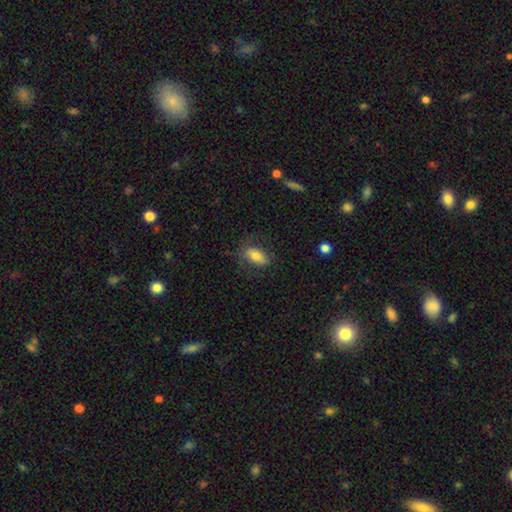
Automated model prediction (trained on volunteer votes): smooth_or_featured: smooth (p=0.75) [alt: featured or disk p=0.18]
how_rounded: in between (p=0.87) [alt: cigar-shaped p=0.07]
merging: none (p=0.70) [alt: minor disturbance p=0.18]